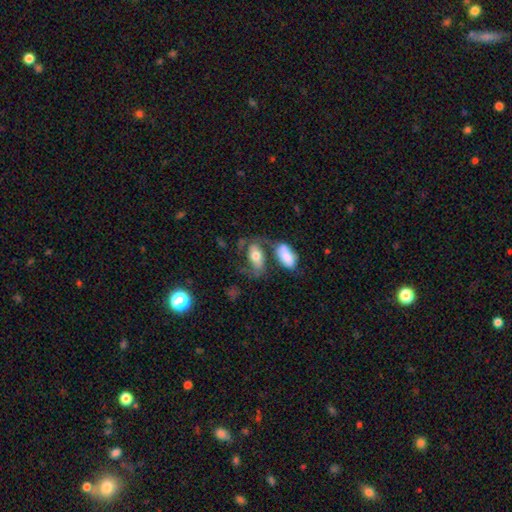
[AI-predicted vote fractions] Overall: smooth (51%; featured or disk 41%). How rounded: in between (88%). Merging: none (38%; merger 24%).